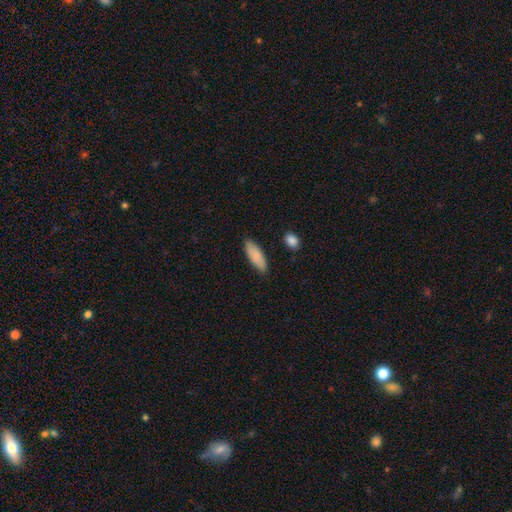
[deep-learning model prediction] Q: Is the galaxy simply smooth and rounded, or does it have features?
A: smooth — 86%.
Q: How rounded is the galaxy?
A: in between — 65%.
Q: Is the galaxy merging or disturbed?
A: none — 86%.